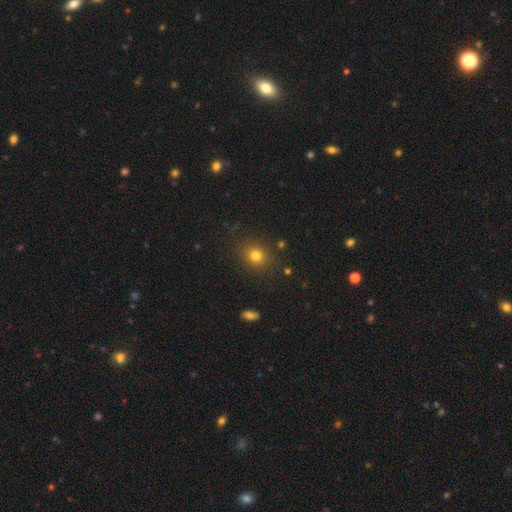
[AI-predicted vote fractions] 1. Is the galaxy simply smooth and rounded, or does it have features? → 78% smooth, 14% star or artifact, 7% featured or disk.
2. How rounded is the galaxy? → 77% round, 22% in between, 1% cigar-shaped.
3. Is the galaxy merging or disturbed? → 87% none, 8% minor disturbance, 3% major disturbance, 2% merger.